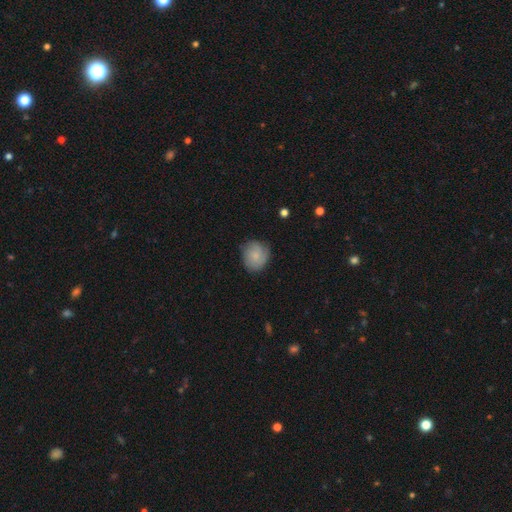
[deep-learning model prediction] Smooth or featured?
  - smooth: 70% *
  - featured or disk: 23%
  - star or artifact: 7%
How rounded?
  - round: 77% *
  - in between: 22%
  - cigar-shaped: 1%
Merging?
  - none: 72% *
  - minor disturbance: 22%
  - major disturbance: 5%
  - merger: 1%